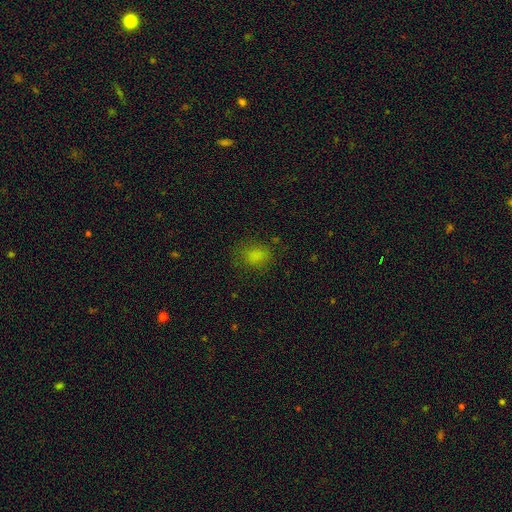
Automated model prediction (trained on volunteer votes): smooth-or-featured: smooth: 78% | star or artifact: 15% | featured or disk: 7%
  how-rounded: in between: 55% | round: 43% | cigar-shaped: 1%
  merging: none: 71% | minor disturbance: 18% | major disturbance: 9% | merger: 1%